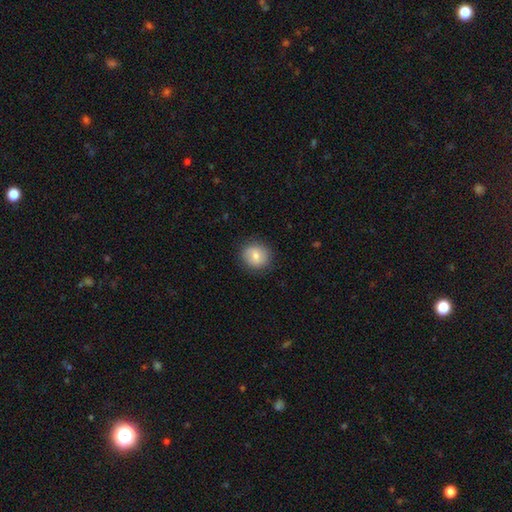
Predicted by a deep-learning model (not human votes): Smooth or featured? smooth (73%)
How rounded? round (84%)
Merging? none (86%)